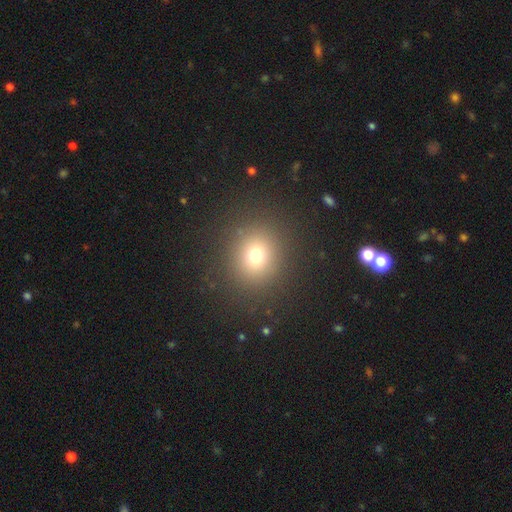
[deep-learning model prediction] Smooth or featured?
  - smooth: 73% *
  - star or artifact: 18%
  - featured or disk: 9%
How rounded?
  - round: 83% *
  - in between: 16%
  - cigar-shaped: 1%
Merging?
  - none: 88% *
  - minor disturbance: 7%
  - major disturbance: 4%
  - merger: 1%